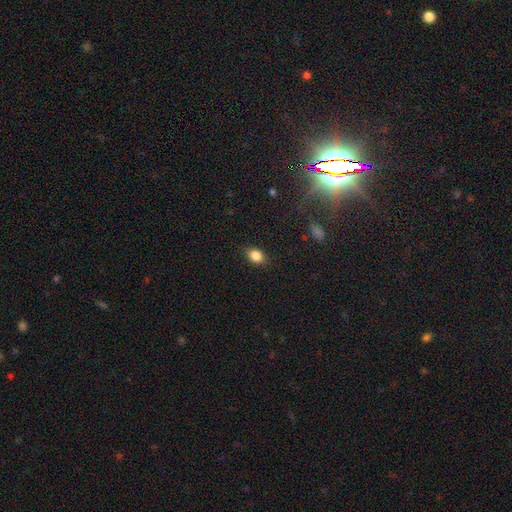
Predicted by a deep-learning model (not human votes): Overall: smooth (85%). How rounded: in between (68%; round 30%). Merging: none (84%).